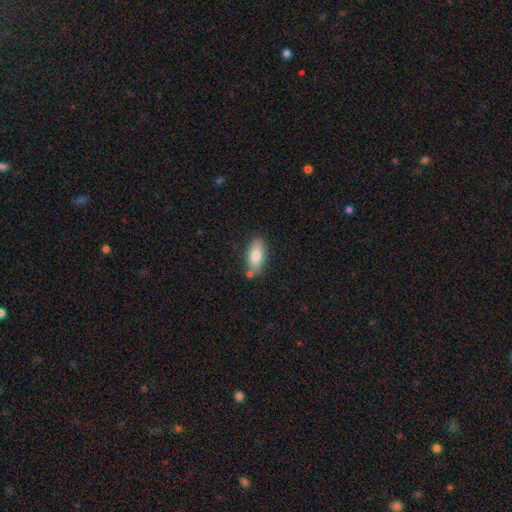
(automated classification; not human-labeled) Smooth or featured? smooth (80%)
How rounded? in between (84%)
Merging? none (76%)